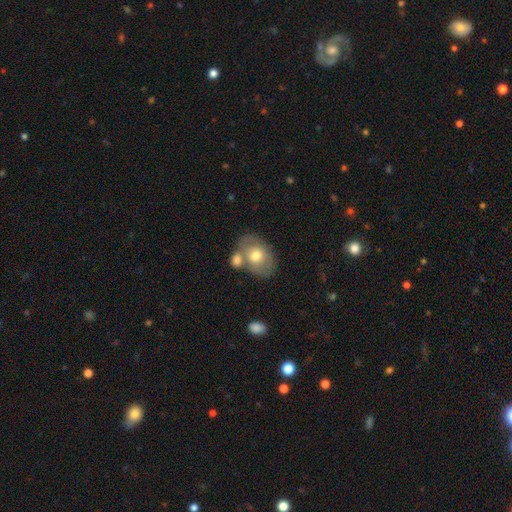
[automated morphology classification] A smooth galaxy with no disk features (63%) that is in between round and cigar-shaped (71%).

Vote fractions:
- Smooth or featured? smooth: 63% / featured or disk: 30% / star or artifact: 7%
- How rounded? in between: 71% / round: 28% / cigar-shaped: 1%
- Merging? none: 47% / merger: 34% / minor disturbance: 14% / major disturbance: 5%